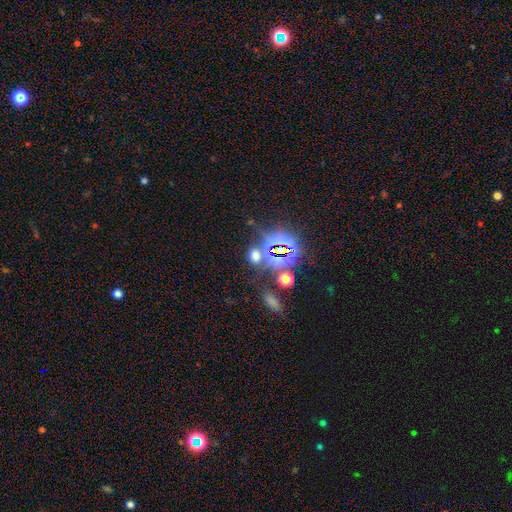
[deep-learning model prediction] This appears to be a smooth galaxy with no disk features (50%). Merging: none (68%).